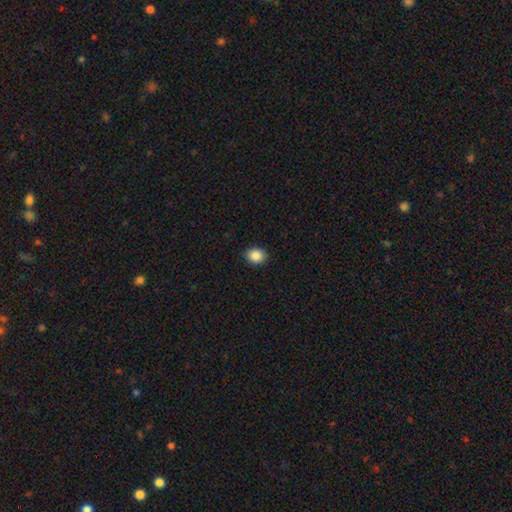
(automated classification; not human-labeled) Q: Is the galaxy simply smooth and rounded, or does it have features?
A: smooth — 87%.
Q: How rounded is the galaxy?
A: round — 50%.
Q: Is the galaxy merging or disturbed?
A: none — 90%.